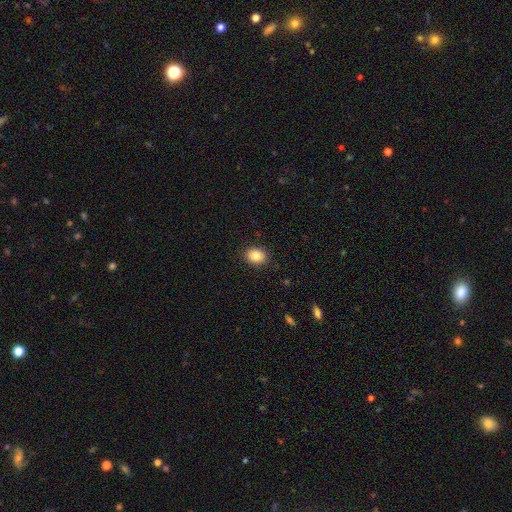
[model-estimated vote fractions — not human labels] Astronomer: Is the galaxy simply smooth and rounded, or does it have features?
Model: smooth — 85%.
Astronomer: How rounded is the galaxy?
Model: in between — 56% (runner-up: round, 43%).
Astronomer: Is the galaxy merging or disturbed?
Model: none — 89%.